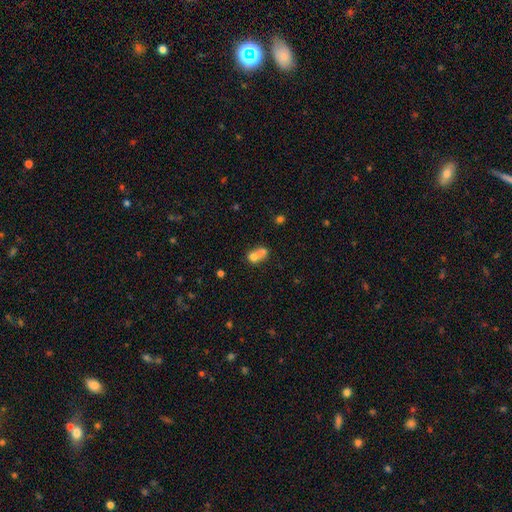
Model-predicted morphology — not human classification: Smooth or featured?
  - smooth: 69% *
  - featured or disk: 20%
  - star or artifact: 12%
How rounded?
  - round: 50% *
  - in between: 47%
  - cigar-shaped: 2%
Merging?
  - merger: 64% *
  - none: 22%
  - minor disturbance: 9%
  - major disturbance: 6%